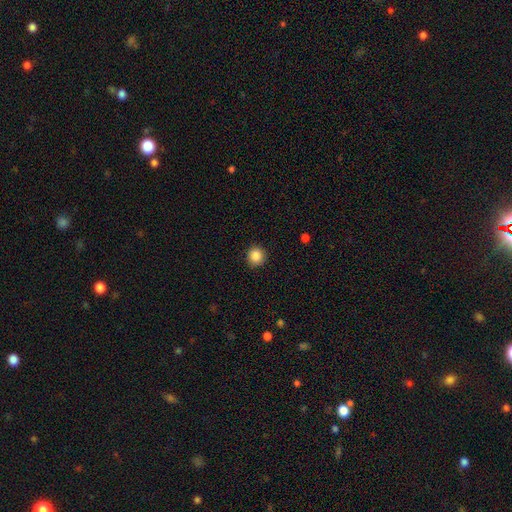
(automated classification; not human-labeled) This appears to be a smooth galaxy with no disk features (86%) that is round (93%). Merging: none (92%).